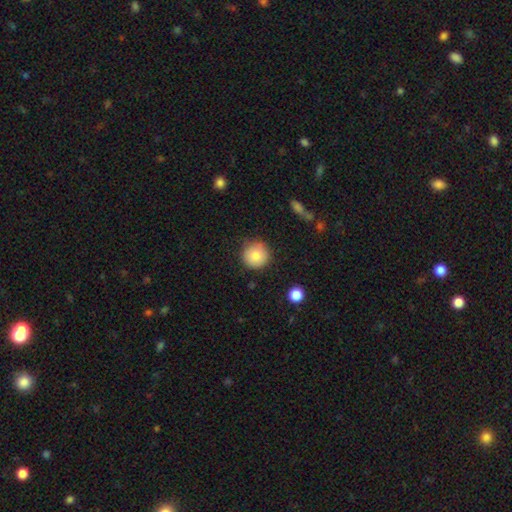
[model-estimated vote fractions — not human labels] Smooth or featured: smooth — 81% (featured or disk — 10%)
How rounded: round — 95% (in between — 4%)
Merging: none — 85% (minor disturbance — 11%)